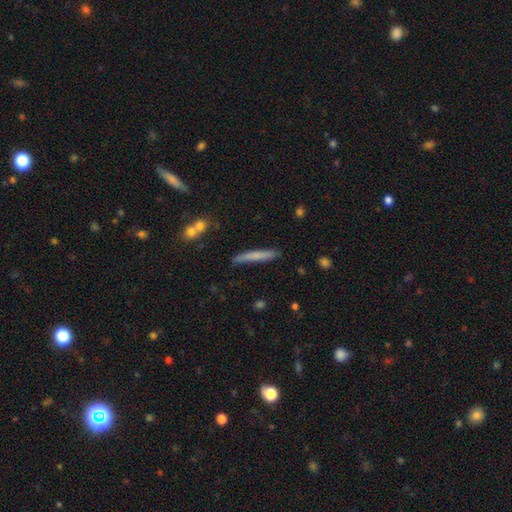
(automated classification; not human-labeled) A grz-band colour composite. It shows a smooth galaxy with no disk features (67%) that is cigar-shaped (95%). Merging: none (81%).